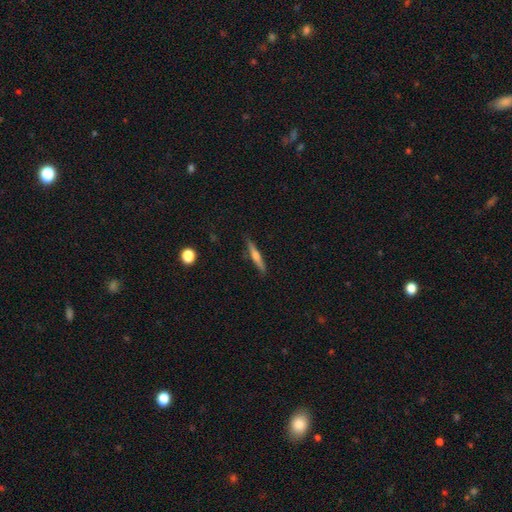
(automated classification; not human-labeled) A featured or disk galaxy (56%) viewed edge-on (97%) with a rounded central bulge (81%). Merging: none (88%).